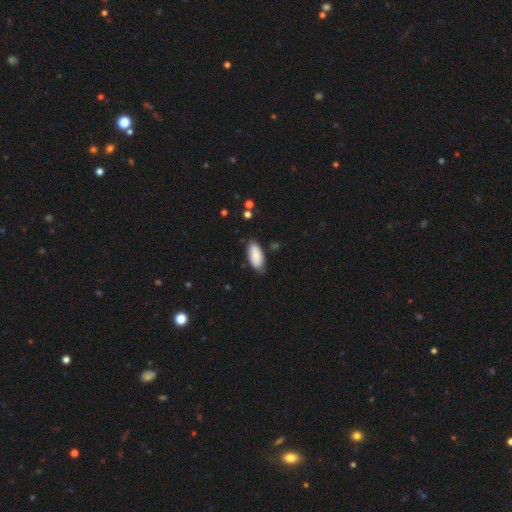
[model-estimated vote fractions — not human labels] Q: Smooth or featured?
A: smooth (86%); runner-up: featured or disk (8%)
Q: How rounded?
A: in between (88%); runner-up: cigar-shaped (10%)
Q: Merging?
A: none (76%); runner-up: minor disturbance (18%)